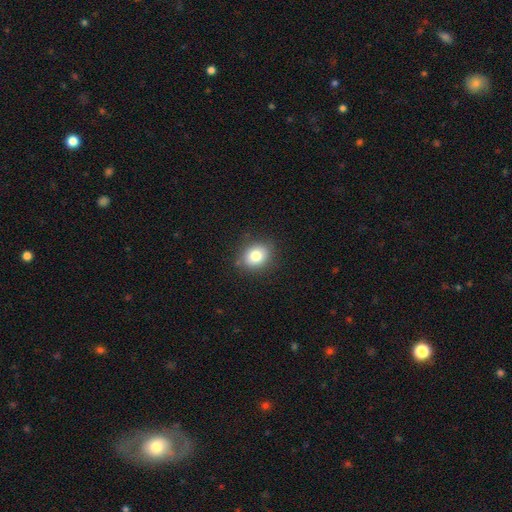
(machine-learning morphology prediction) Smooth or featured? smooth (80%)
How rounded? round (57%)
Merging? none (85%)